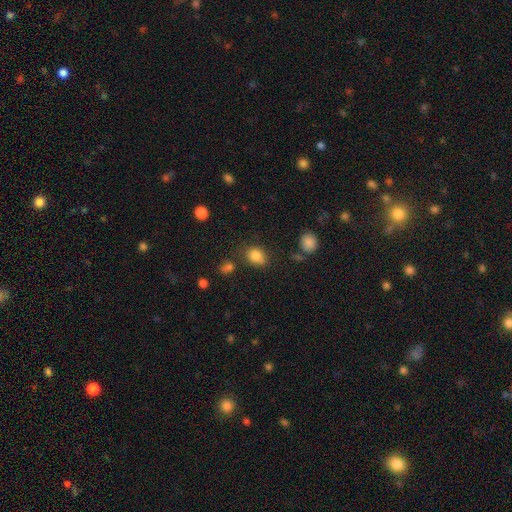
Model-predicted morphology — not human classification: Overall: smooth (83%). How rounded: in between (55%; round 44%). Merging: none (67%).